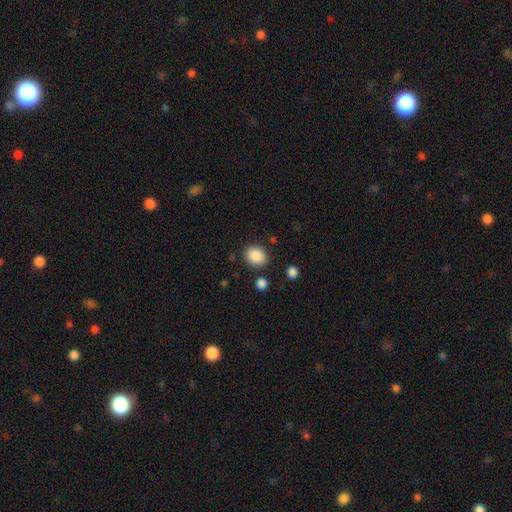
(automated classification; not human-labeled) This appears to be a smooth galaxy with no disk features (88%) that is round (64%). Merging: none (84%).